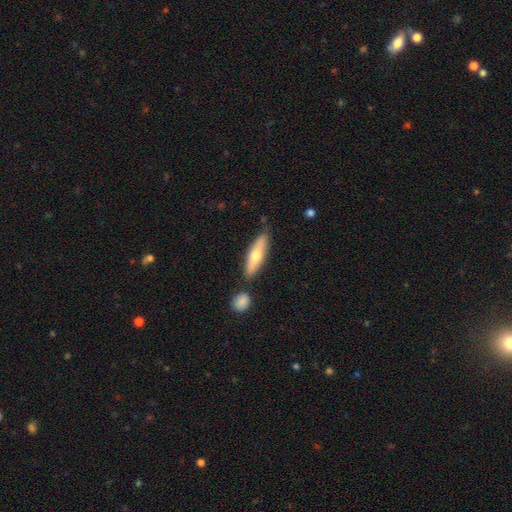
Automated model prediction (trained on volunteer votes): Smooth or featured? smooth (58%)
How rounded? cigar-shaped (68%)
Merging? none (76%)